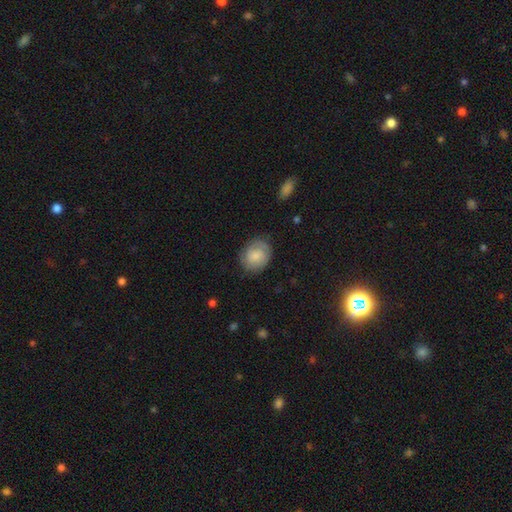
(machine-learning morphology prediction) This appears to be a smooth galaxy with no disk features (69%) that is round (56%). Merging: none (76%).